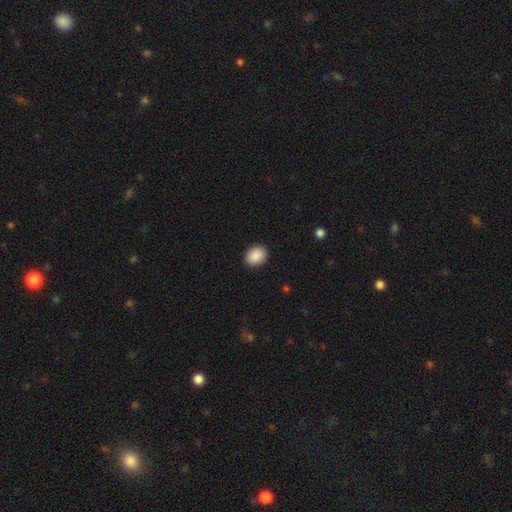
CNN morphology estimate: smooth 89%, star or artifact 7%, featured or disk 4%. Down the decision tree: how rounded — in between (56%); merging — none (91%).